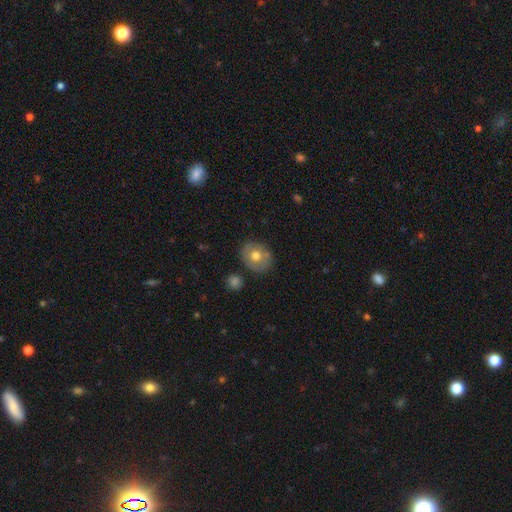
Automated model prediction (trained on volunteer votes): Smooth or featured? smooth (62%)
How rounded? round (61%)
Merging? none (78%)